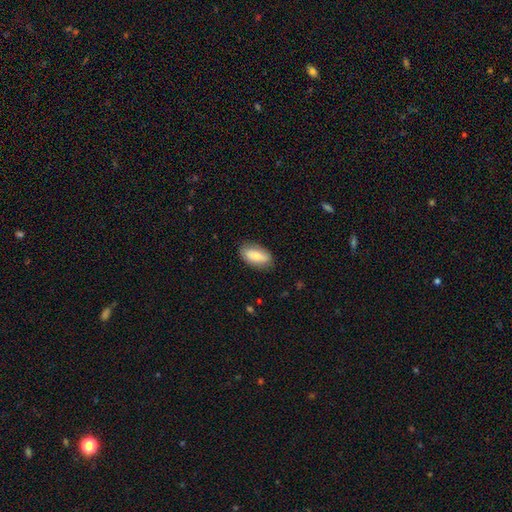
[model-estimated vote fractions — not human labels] Smooth or featured? Predicted: smooth (p=0.79). How rounded? Predicted: in between (p=0.88). Merging? Predicted: none (p=0.83).